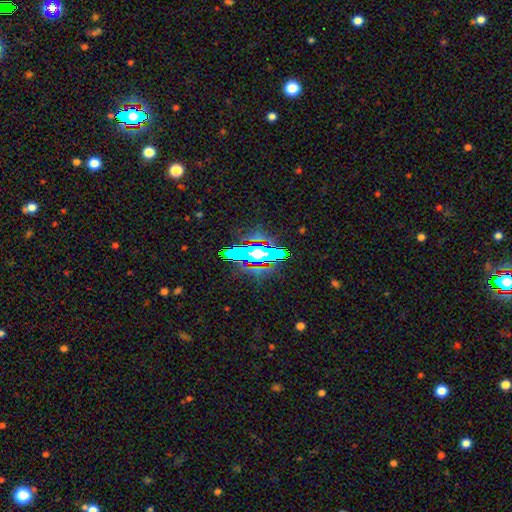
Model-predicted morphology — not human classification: Q: Smooth or featured?
A: star or artifact (46%); runner-up: smooth (29%)